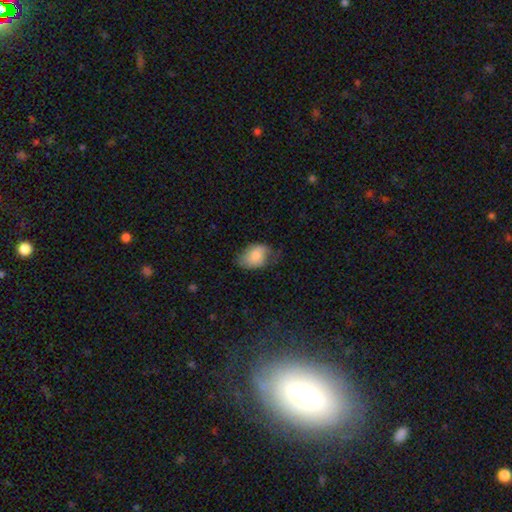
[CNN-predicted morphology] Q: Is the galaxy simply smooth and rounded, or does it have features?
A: smooth — 79%.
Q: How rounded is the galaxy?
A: in between — 81%.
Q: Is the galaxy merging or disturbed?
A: none — 56%.